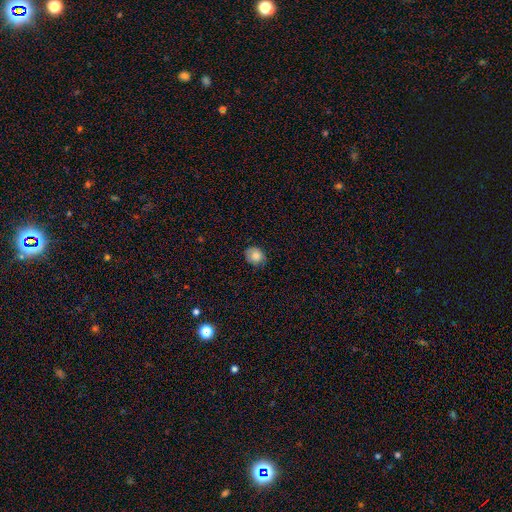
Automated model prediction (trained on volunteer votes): Smooth or featured? smooth (80%)
How rounded? round (68%)
Merging? none (76%)